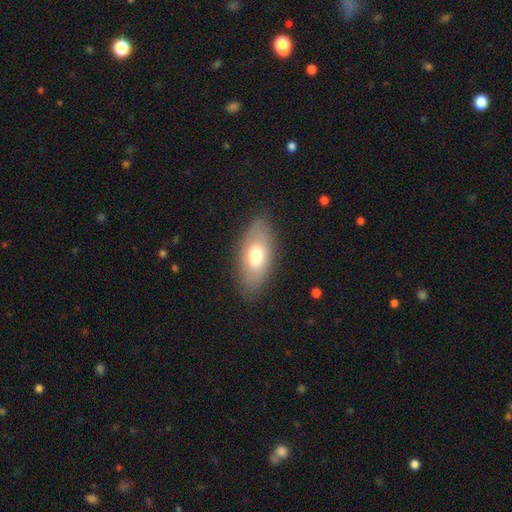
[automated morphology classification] This is likely a smooth galaxy (65%). How rounded: clearly in between (89%). Merging: clearly none (82%).